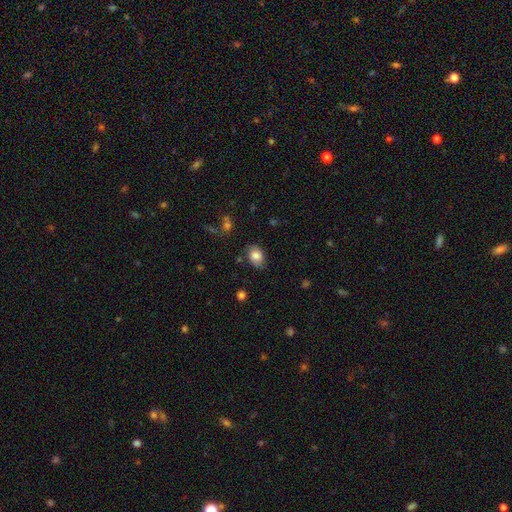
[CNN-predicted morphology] Smooth or featured? Predicted: smooth (p=0.73). How rounded? Predicted: in between (p=0.81). Merging? Predicted: none (p=0.73).